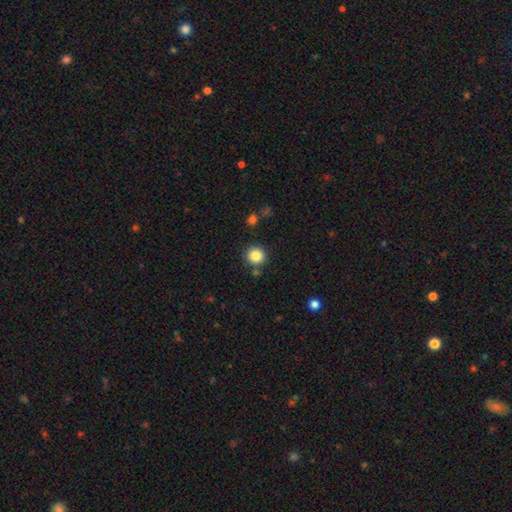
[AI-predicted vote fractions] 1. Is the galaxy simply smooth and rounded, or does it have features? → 85% smooth, 10% star or artifact, 5% featured or disk.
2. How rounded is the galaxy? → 93% round, 6% in between, 1% cigar-shaped.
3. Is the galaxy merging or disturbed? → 86% none, 7% minor disturbance, 5% merger, 2% major disturbance.